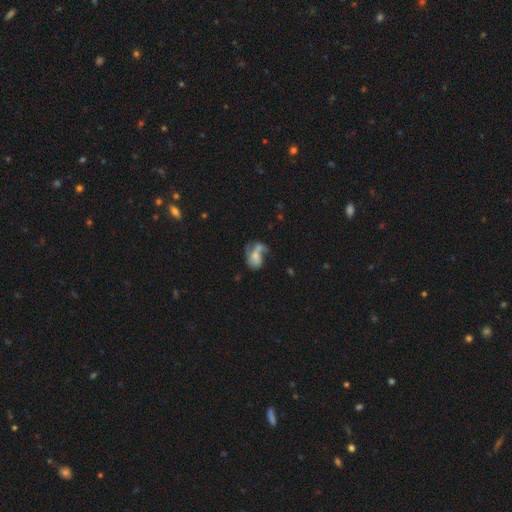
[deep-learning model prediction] Overall: smooth (48%; featured or disk 41%). Merging: merger (42%; major disturbance 23%).